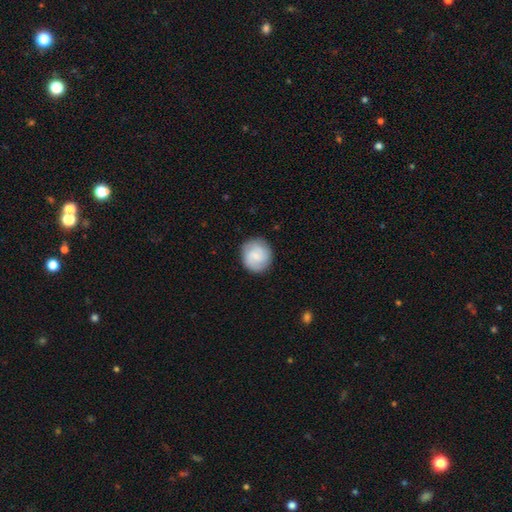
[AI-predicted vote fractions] Q: Smooth or featured?
A: smooth (61%); runner-up: featured or disk (32%)
Q: How rounded?
A: round (88%); runner-up: in between (11%)
Q: Merging?
A: none (86%); runner-up: minor disturbance (10%)